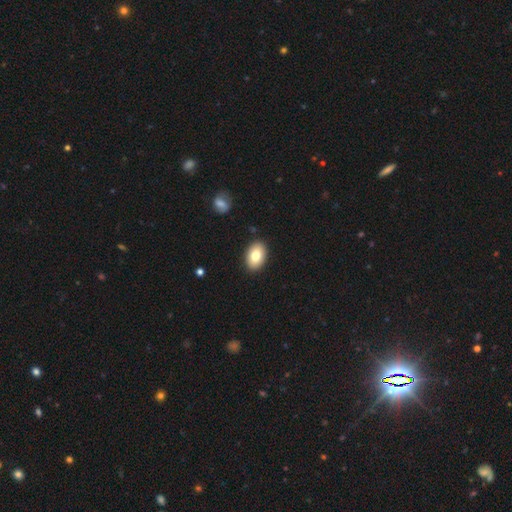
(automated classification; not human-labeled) Smooth or featured?
  - smooth: 80% *
  - featured or disk: 13%
  - star or artifact: 7%
How rounded?
  - in between: 89% *
  - round: 10%
  - cigar-shaped: 1%
Merging?
  - none: 89% *
  - minor disturbance: 7%
  - major disturbance: 2%
  - merger: 1%